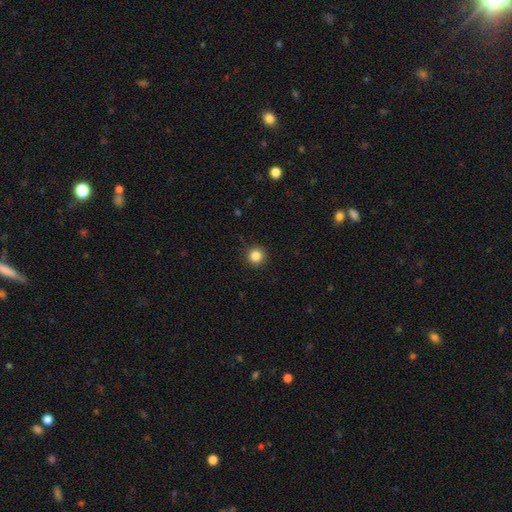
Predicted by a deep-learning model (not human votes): smooth 85%, star or artifact 11%, featured or disk 4%. Down the decision tree: how rounded — round (95%); merging — none (92%).